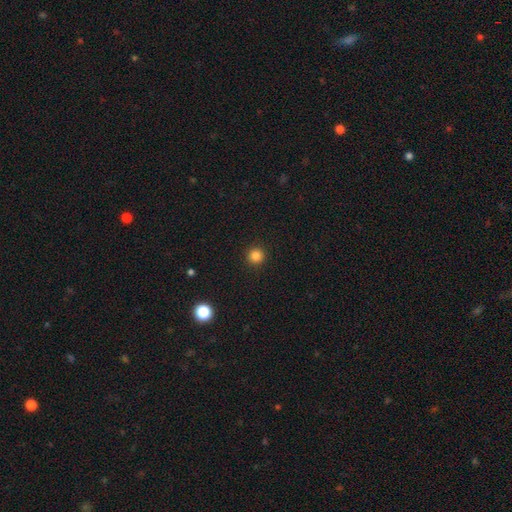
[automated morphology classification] Smooth or featured? Predicted: smooth (p=0.84). How rounded? Predicted: round (p=0.96). Merging? Predicted: none (p=0.93).